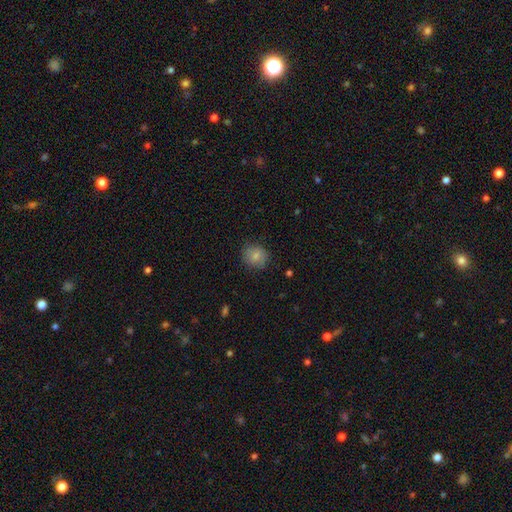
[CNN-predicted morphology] Q: Smooth or featured?
A: smooth (82%); runner-up: featured or disk (10%)
Q: How rounded?
A: round (74%); runner-up: in between (25%)
Q: Merging?
A: none (82%); runner-up: minor disturbance (13%)